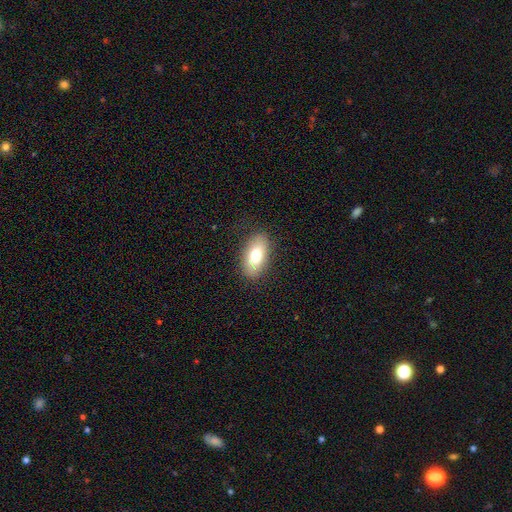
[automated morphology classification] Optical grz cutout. It shows a smooth galaxy with no disk features (74%) that is in between round and cigar-shaped (91%). Merging: none (84%).